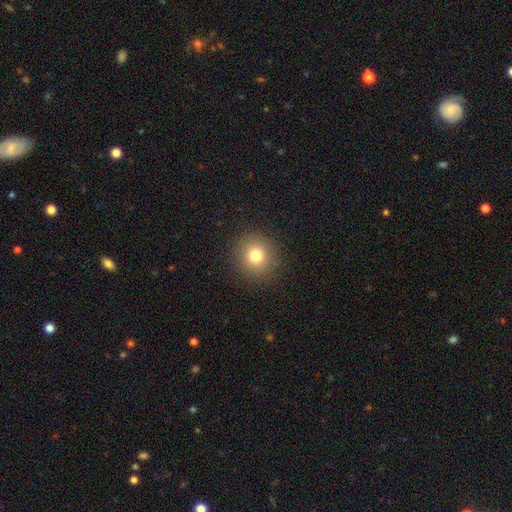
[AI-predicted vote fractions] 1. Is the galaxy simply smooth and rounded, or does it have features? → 79% smooth, 13% star or artifact, 8% featured or disk.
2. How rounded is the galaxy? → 90% round, 9% in between, 1% cigar-shaped.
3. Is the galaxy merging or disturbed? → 90% none, 6% minor disturbance, 3% major disturbance, 1% merger.